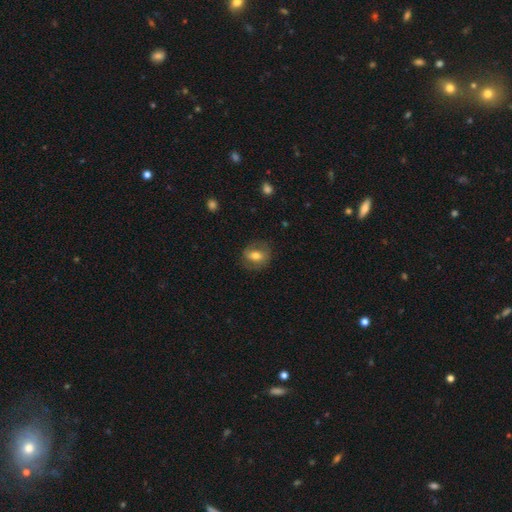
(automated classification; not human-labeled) Smooth or featured: smooth — 59% (featured or disk — 33%)
How rounded: in between — 51% (round — 47%)
Merging: none — 75% (minor disturbance — 16%)